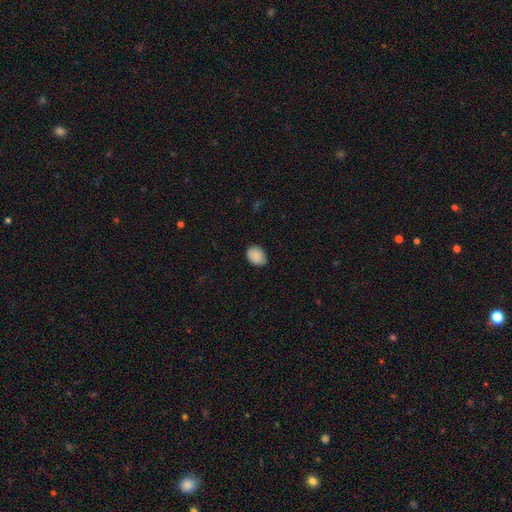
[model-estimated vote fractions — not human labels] Morphology: type=smooth (88%); roundness=in between (68%); merging=none (78%).